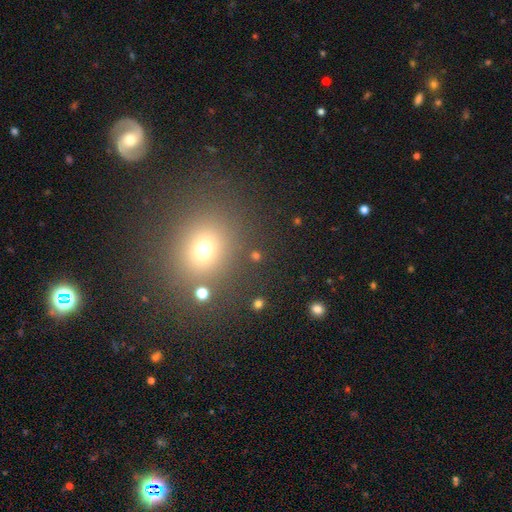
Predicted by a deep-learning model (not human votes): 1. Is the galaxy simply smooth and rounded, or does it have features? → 60% smooth, 30% star or artifact, 9% featured or disk.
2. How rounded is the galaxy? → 74% round, 25% in between, 2% cigar-shaped.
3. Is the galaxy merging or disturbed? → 81% none, 9% minor disturbance, 6% merger, 5% major disturbance.